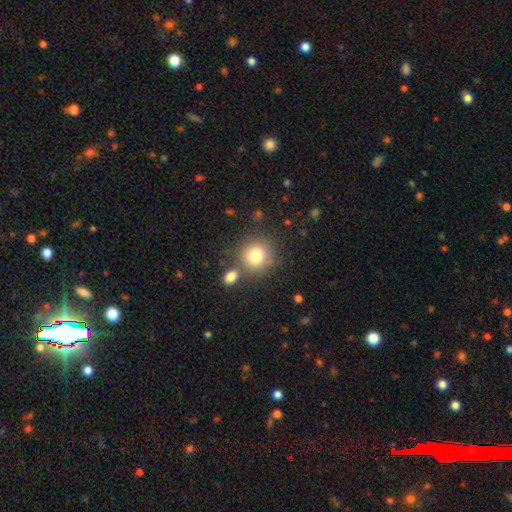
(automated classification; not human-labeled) The model was most divided on "merging": none: 70%, merger: 17%, minor disturbance: 10%, major disturbance: 4%. More confident: how rounded — round (89%); smooth or featured — smooth (79%).